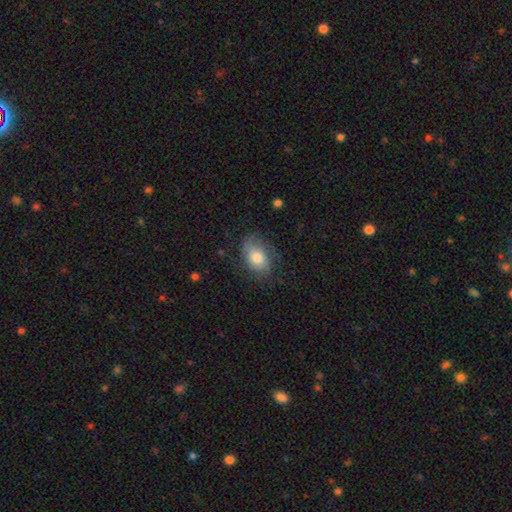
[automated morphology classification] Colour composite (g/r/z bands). It shows a smooth galaxy with no disk features (59%) that is in between round and cigar-shaped (82%). Merging: none (66%).